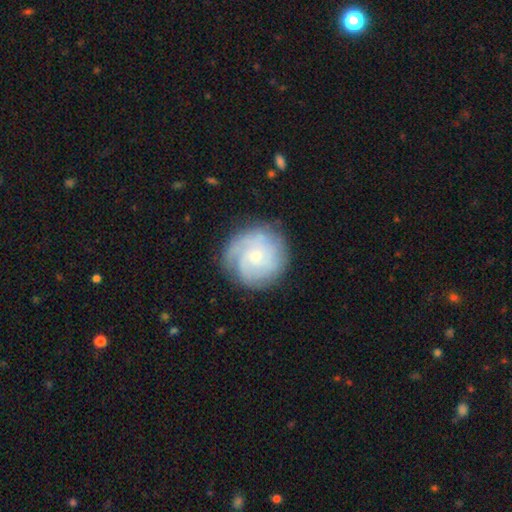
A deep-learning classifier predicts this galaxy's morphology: Smooth or featured: featured or disk — 72% (smooth — 21%)
Edge-on disk: no — 98% (yes — 2%)
Bar: no — 74% (weak — 23%)
Spiral arms: yes — 93% (no — 7%)
Spiral winding: tight — 64% (medium — 27%)
Spiral arm count: can't tell — 37% (3 — 24%)
Bulge size: small — 69% (moderate — 26%)
Merging: none — 77% (minor disturbance — 15%)